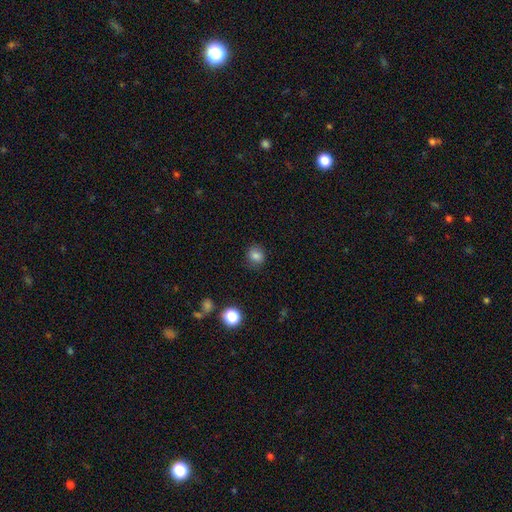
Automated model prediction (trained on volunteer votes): A smooth galaxy with no disk features (81%) that is round (79%). Merging: none (82%).